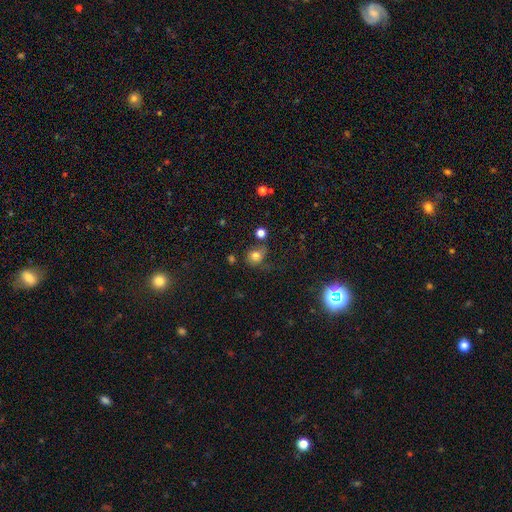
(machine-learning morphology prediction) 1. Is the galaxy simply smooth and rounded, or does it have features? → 73% smooth, 15% star or artifact, 12% featured or disk.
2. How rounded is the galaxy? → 69% round, 30% in between, 1% cigar-shaped.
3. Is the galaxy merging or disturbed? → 57% none, 24% minor disturbance, 12% major disturbance, 7% merger.